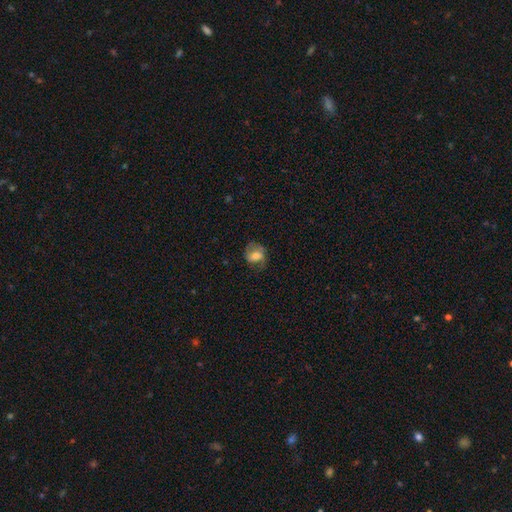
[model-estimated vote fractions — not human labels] This appears to be a smooth galaxy with no disk features (46%). Merging: none (57%).